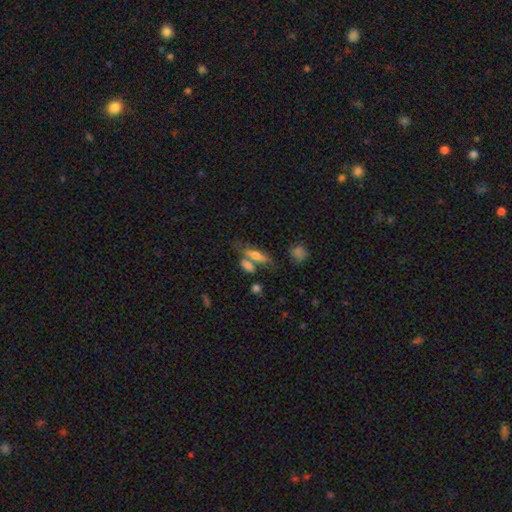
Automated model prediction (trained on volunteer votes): This appears to be a smooth galaxy with no disk features (60%) that is cigar-shaped (51%). Merging: none (49%).